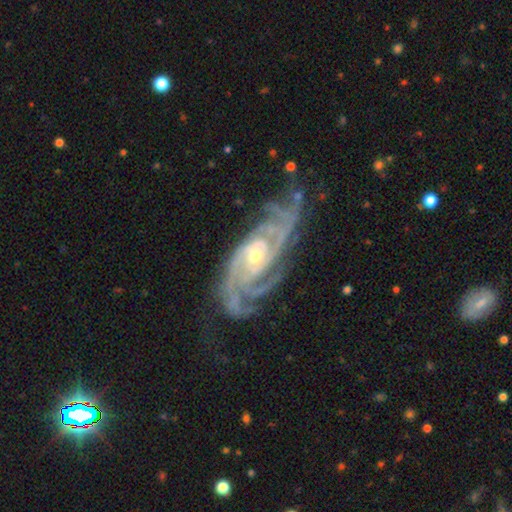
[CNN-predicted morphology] Q: Smooth or featured?
A: featured or disk (93%); runner-up: star or artifact (5%)
Q: Edge-on disk?
A: no (96%); runner-up: yes (4%)
Q: Bar?
A: no (65%); runner-up: weak (23%)
Q: Spiral arms?
A: yes (99%); runner-up: no (1%)
Q: Spiral winding?
A: tight (69%); runner-up: medium (27%)
Q: Spiral arm count?
A: 3 (29%); runner-up: 4 (27%)
Q: Bulge size?
A: small (57%); runner-up: moderate (40%)
Q: Merging?
A: none (67%); runner-up: minor disturbance (21%)